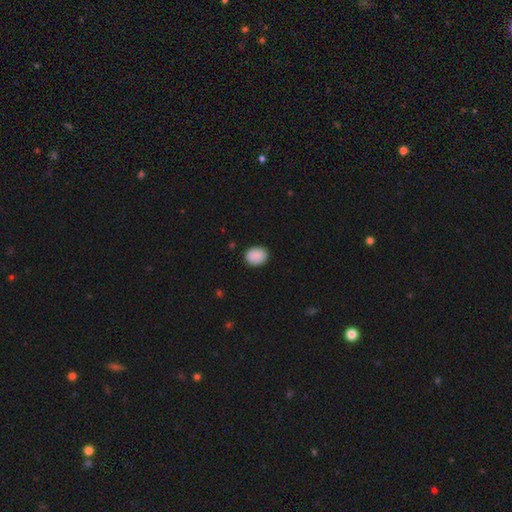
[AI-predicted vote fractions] Overall: smooth (90%). How rounded: round (54%; in between 45%). Merging: none (88%).